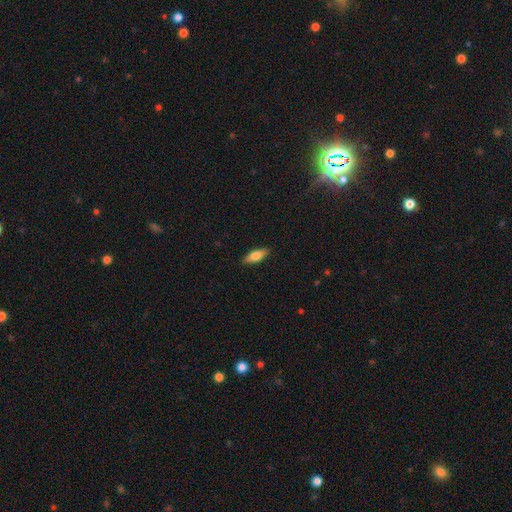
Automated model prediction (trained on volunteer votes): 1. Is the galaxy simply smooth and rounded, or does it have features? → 68% smooth, 26% featured or disk, 6% star or artifact.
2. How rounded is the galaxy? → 66% in between, 32% cigar-shaped, 3% round.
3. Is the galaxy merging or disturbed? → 89% none, 8% minor disturbance, 2% major disturbance, 1% merger.